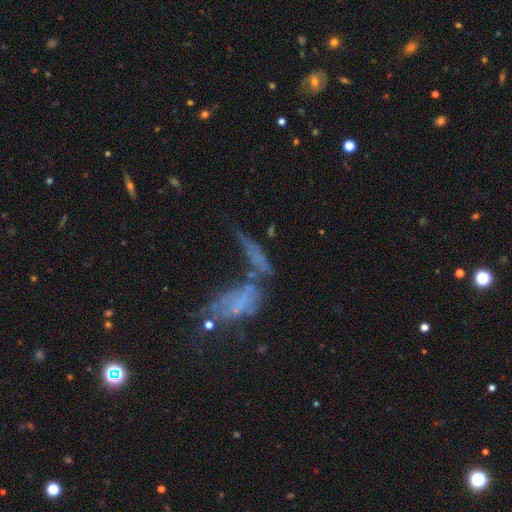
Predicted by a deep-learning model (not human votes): featured or disk 44%, smooth 36%, star or artifact 20%. Down the decision tree: merging — merger (38%).